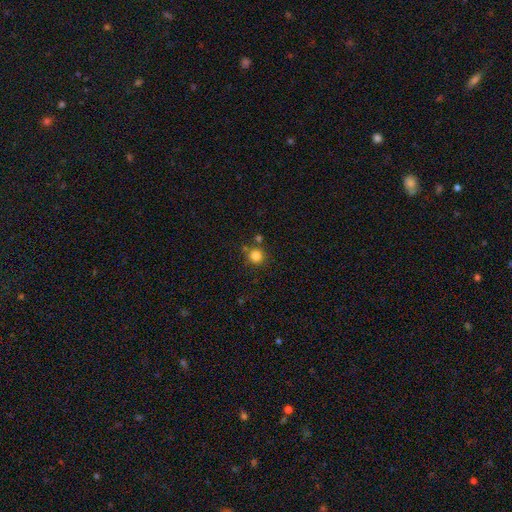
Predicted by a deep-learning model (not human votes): Smooth or featured? Predicted: smooth (p=0.83). How rounded? Predicted: round (p=0.93). Merging? Predicted: none (p=0.79).